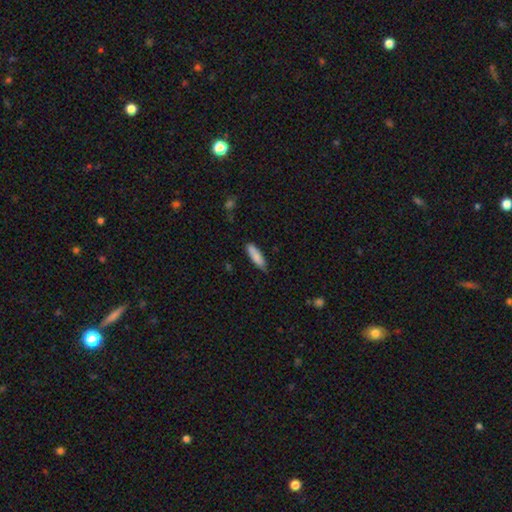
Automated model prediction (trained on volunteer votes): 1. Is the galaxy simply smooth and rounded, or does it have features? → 86% smooth, 8% featured or disk, 6% star or artifact.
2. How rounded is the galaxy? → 60% cigar-shaped, 38% in between, 2% round.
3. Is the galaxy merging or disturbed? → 77% none, 19% minor disturbance, 3% major disturbance, 1% merger.